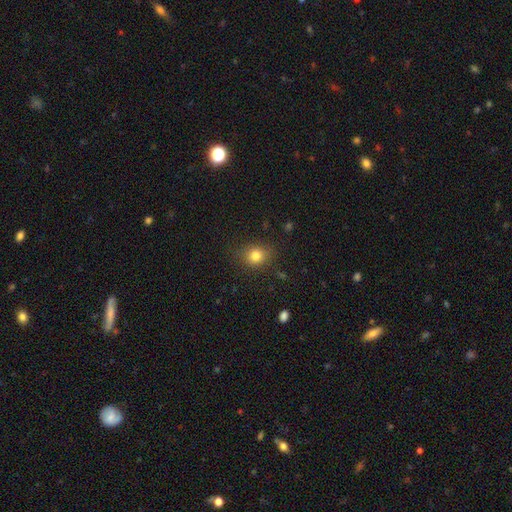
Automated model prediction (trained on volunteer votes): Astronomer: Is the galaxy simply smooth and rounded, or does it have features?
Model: smooth — 80%.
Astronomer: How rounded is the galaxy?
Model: round — 68%.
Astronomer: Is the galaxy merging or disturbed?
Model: none — 83%.